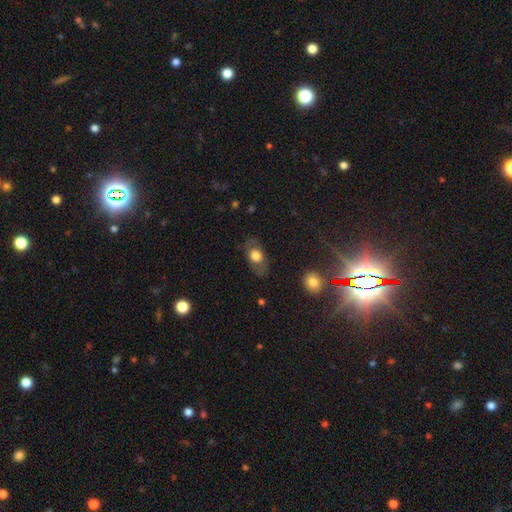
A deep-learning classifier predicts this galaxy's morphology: A smooth galaxy with no disk features (60%) that is in between round and cigar-shaped (80%).

Vote fractions:
- Smooth or featured? smooth: 60% / featured or disk: 32% / star or artifact: 8%
- How rounded? in between: 80% / round: 17% / cigar-shaped: 3%
- Merging? none: 76% / minor disturbance: 15% / major disturbance: 7% / merger: 1%